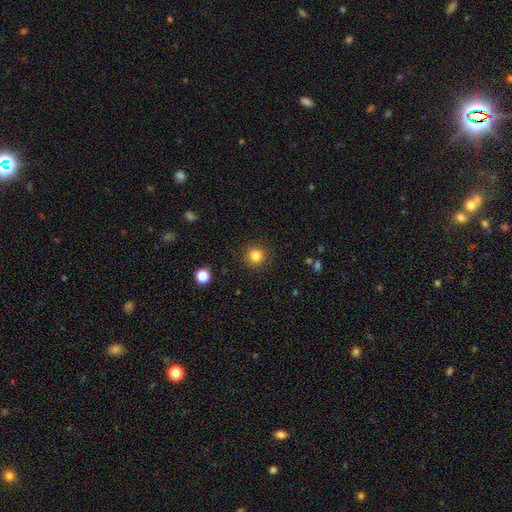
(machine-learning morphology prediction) Smooth or featured? Predicted: smooth (p=0.84). How rounded? Predicted: round (p=0.94). Merging? Predicted: none (p=0.90).